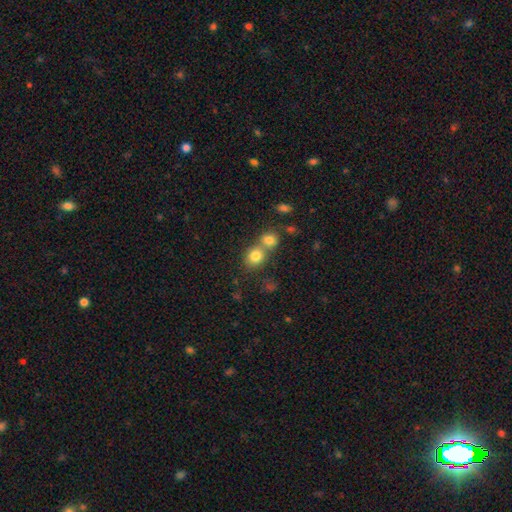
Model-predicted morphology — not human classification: A smooth galaxy with no disk features (80%) that is round (69%). Merging: merger (47%).